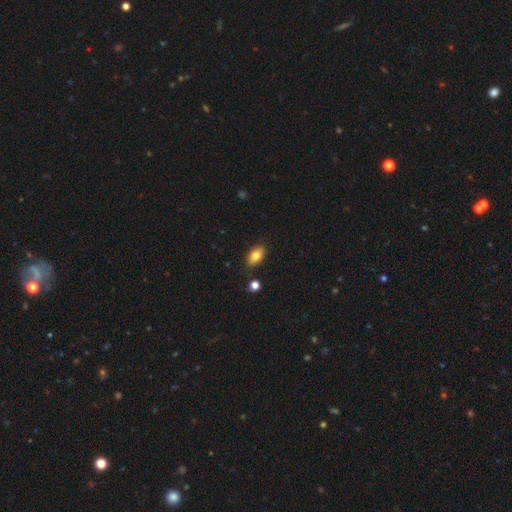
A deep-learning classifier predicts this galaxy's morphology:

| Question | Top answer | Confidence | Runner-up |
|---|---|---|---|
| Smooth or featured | smooth | 83% | featured or disk (9%) |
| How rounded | in between | 89% | round (9%) |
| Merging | none | 85% | minor disturbance (10%) |